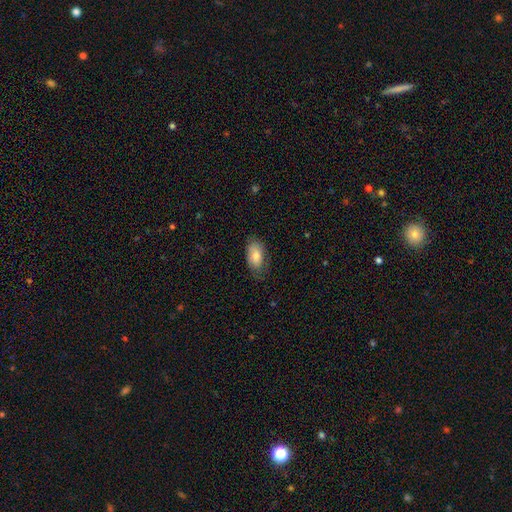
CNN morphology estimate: smooth_or_featured: smooth (p=0.77) [alt: featured or disk p=0.16]
how_rounded: in between (p=0.92) [alt: round p=0.05]
merging: none (p=0.69) [alt: minor disturbance p=0.24]